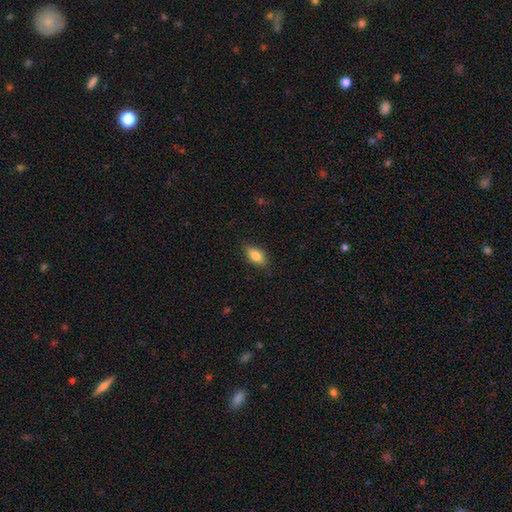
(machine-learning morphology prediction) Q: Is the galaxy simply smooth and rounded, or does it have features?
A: smooth — 82%.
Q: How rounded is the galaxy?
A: in between — 87%.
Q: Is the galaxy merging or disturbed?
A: none — 82%.